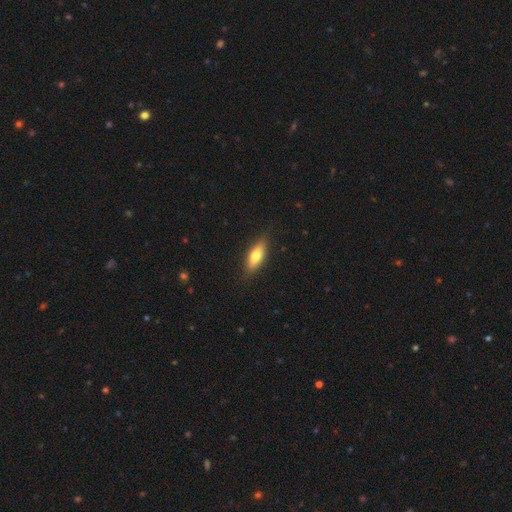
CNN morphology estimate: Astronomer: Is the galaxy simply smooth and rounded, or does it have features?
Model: smooth — 70%.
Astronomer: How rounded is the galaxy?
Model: in between — 67%.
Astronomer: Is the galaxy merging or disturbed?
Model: none — 85%.